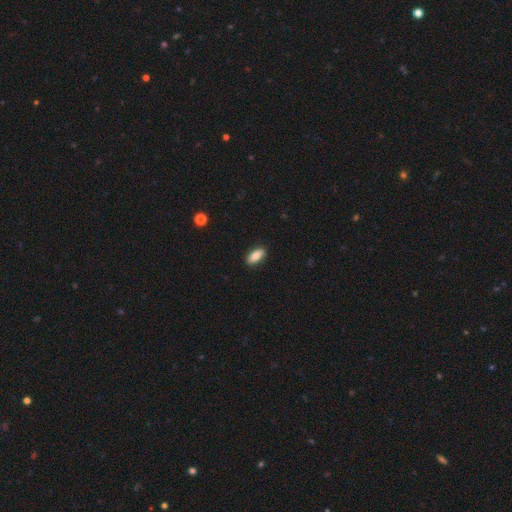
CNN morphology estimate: This is likely a smooth galaxy (79%). How rounded: clearly in between (82%). Merging: clearly none (88%).